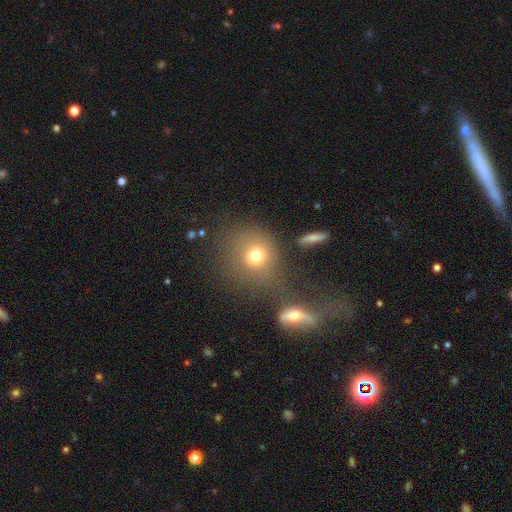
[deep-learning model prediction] smooth 73%, star or artifact 14%, featured or disk 13%. Down the decision tree: how rounded — round (80%); merging — none (59%).